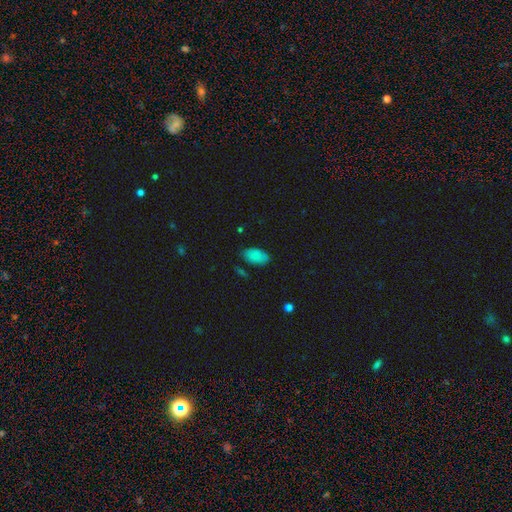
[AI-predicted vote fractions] A smooth galaxy with no disk features (85%) that is in between round and cigar-shaped (94%).

Vote fractions:
- Smooth or featured? smooth: 85% / star or artifact: 9% / featured or disk: 7%
- How rounded? in between: 94% / round: 4% / cigar-shaped: 2%
- Merging? none: 76% / minor disturbance: 18% / major disturbance: 4% / merger: 2%